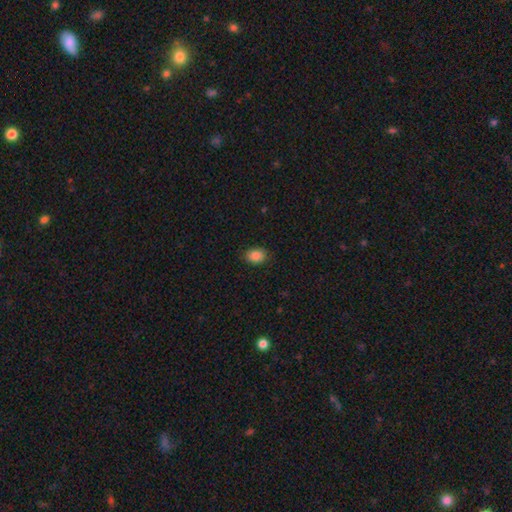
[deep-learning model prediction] Smooth or featured? Predicted: smooth (p=0.87). How rounded? Predicted: in between (p=0.73). Merging? Predicted: none (p=0.85).